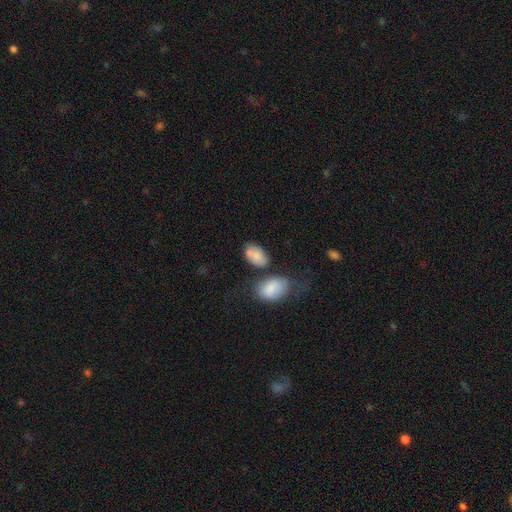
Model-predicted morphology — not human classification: A smooth galaxy with no disk features (79%) that is in between round and cigar-shaped (90%).

Vote fractions:
- Smooth or featured? smooth: 79% / featured or disk: 13% / star or artifact: 7%
- How rounded? in between: 90% / round: 8% / cigar-shaped: 2%
- Merging? none: 46% / merger: 27% / minor disturbance: 19% / major disturbance: 8%